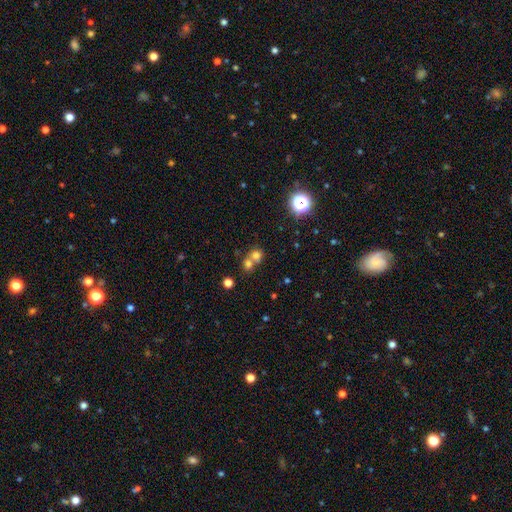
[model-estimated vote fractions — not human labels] Overall: smooth (68%). How rounded: round (83%). Merging: merger (52%; none 40%).